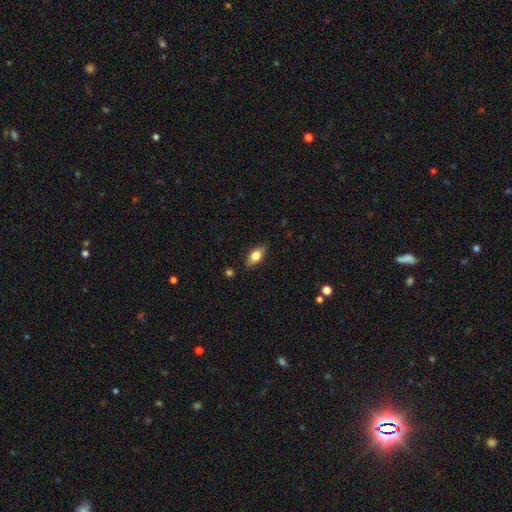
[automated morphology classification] Smooth or featured?
  - smooth: 72% *
  - featured or disk: 21%
  - star or artifact: 7%
How rounded?
  - in between: 85% *
  - cigar-shaped: 9%
  - round: 5%
Merging?
  - none: 85% *
  - minor disturbance: 11%
  - major disturbance: 2%
  - merger: 1%